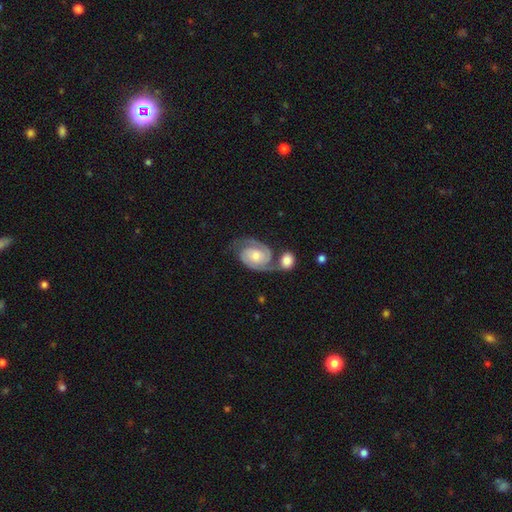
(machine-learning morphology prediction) type=featured or disk (87%); edge-on=no (98%); bar=no (67%); spiral arms=yes (98%); winding=tight (51%); arm count=2 (91%); bulge=moderate (54%); merging=none (54%).